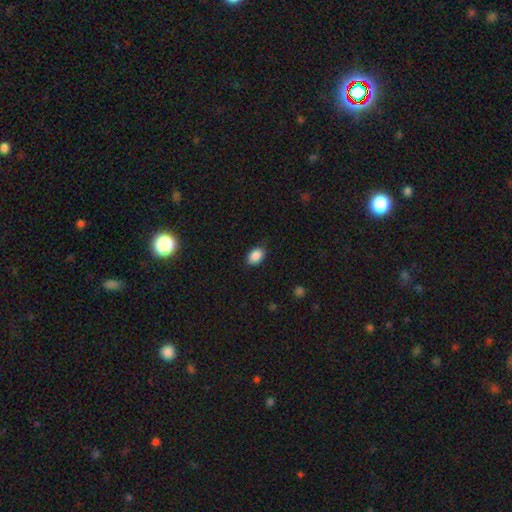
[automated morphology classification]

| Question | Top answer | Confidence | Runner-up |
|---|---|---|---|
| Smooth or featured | smooth | 89% | star or artifact (8%) |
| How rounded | in between | 83% | round (16%) |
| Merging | none | 84% | minor disturbance (13%) |